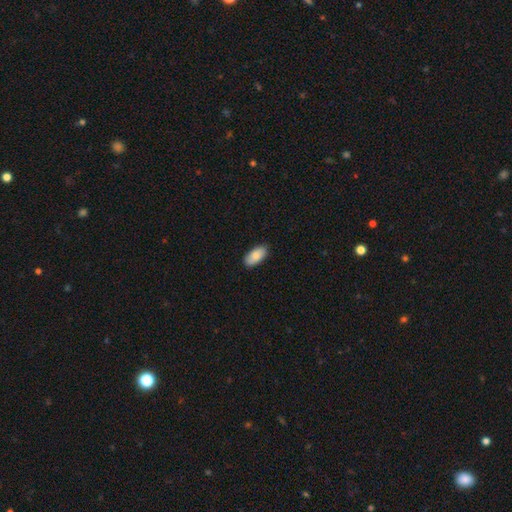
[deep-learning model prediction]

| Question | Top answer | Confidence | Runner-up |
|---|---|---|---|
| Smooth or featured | smooth | 86% | featured or disk (8%) |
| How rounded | in between | 93% | cigar-shaped (5%) |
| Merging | none | 89% | minor disturbance (9%) |